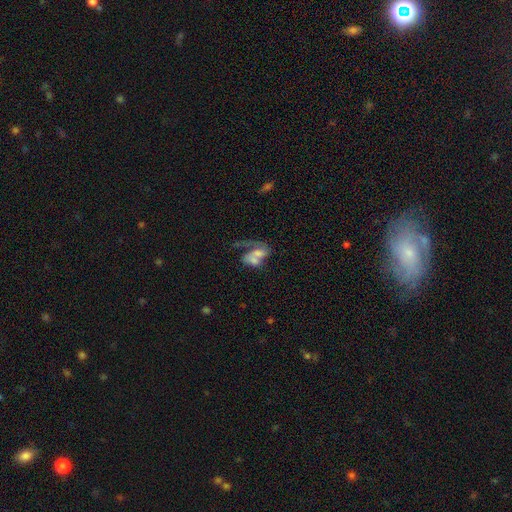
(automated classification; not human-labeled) smooth-or-featured: featured or disk: 47% | smooth: 42% | star or artifact: 11%
  merging: merger: 51% | major disturbance: 24% | none: 16% | minor disturbance: 9%